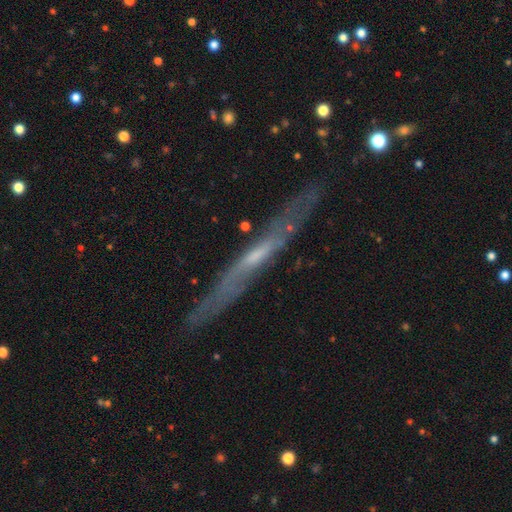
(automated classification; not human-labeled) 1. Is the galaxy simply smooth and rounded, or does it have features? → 72% featured or disk, 19% smooth, 10% star or artifact.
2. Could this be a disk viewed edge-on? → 87% yes, 13% no.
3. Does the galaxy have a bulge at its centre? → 58% none, 37% rounded, 5% boxy.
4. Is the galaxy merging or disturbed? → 84% none, 12% minor disturbance, 3% major disturbance, 2% merger.